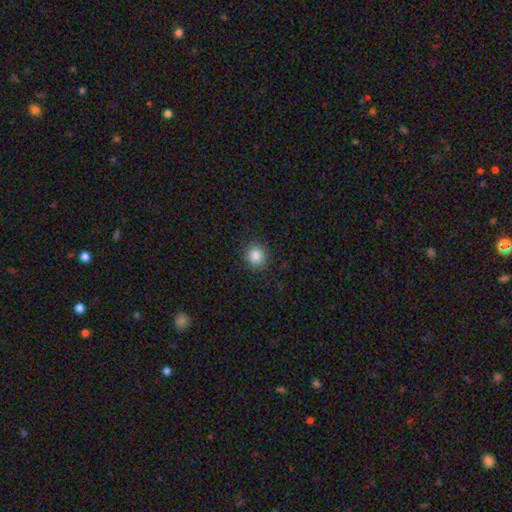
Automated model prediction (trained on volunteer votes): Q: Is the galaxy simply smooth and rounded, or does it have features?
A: smooth — 86%.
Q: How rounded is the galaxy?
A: round — 86%.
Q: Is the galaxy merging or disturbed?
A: none — 90%.